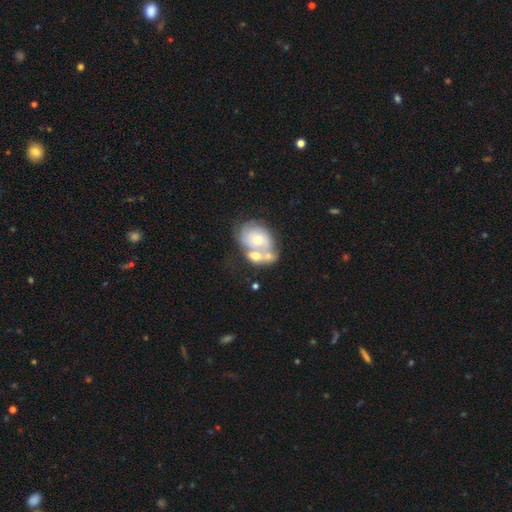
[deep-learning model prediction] A featured or disk galaxy (55%) with no bar (85%), no spiral arms (59%) and a moderate central bulge (53%). Merging: merger (61%).